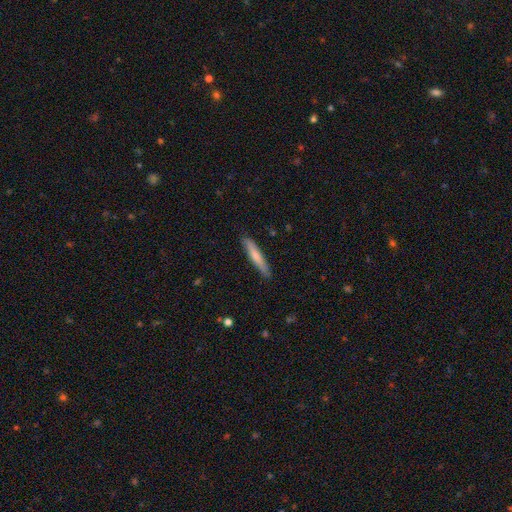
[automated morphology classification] A smooth galaxy with no disk features (70%) that is cigar-shaped (93%). Merging: none (87%).